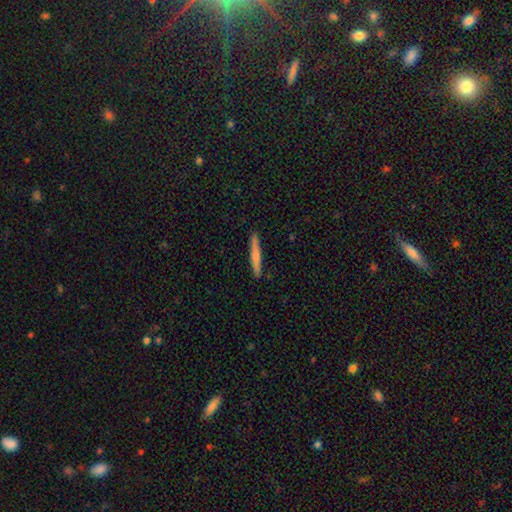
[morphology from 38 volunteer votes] This appears to be a smooth galaxy with no disk features (61%) that is cigar-shaped (100%). Merging: none (92%).